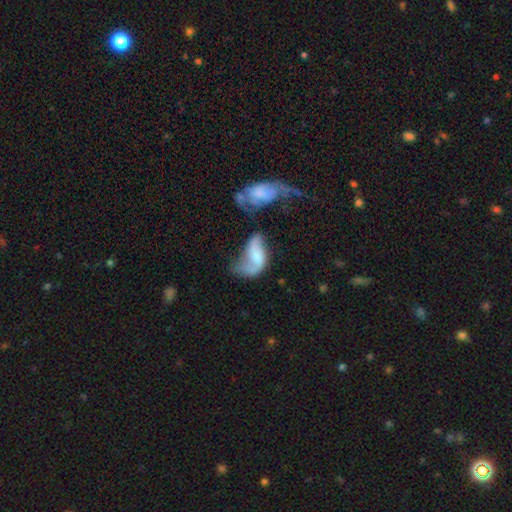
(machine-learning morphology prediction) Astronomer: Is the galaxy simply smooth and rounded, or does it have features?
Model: featured or disk — 56% (runner-up: smooth, 36%).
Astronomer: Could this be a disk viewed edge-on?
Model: no — 96%.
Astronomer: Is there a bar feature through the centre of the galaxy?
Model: no — 59%.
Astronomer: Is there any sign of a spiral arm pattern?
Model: yes — 79%.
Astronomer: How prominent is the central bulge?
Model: none — 45% (runner-up: small, 21%).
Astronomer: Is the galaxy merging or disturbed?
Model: major disturbance — 34% (runner-up: none, 23%).